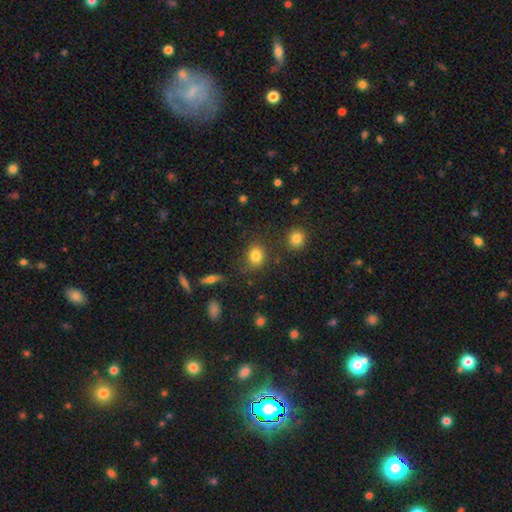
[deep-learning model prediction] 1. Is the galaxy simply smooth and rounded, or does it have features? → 81% smooth, 12% star or artifact, 7% featured or disk.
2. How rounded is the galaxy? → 66% round, 33% in between, 1% cigar-shaped.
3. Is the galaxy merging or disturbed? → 77% none, 13% minor disturbance, 5% merger, 5% major disturbance.